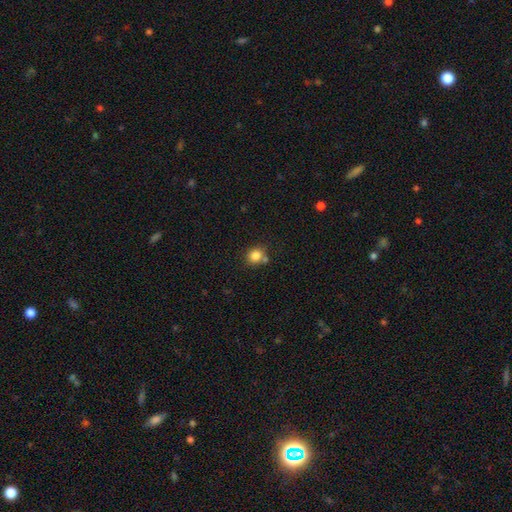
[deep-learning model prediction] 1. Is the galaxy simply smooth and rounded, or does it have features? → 83% smooth, 11% star or artifact, 6% featured or disk.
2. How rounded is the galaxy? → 80% round, 19% in between, 1% cigar-shaped.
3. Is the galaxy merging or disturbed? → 66% none, 18% merger, 13% minor disturbance, 4% major disturbance.